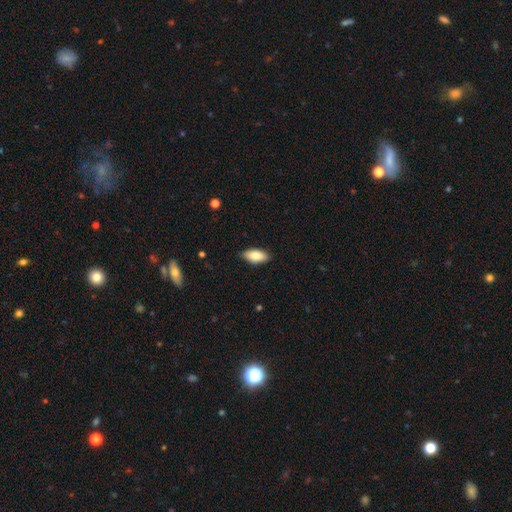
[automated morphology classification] type=smooth (84%); roundness=in between (89%); merging=none (86%).